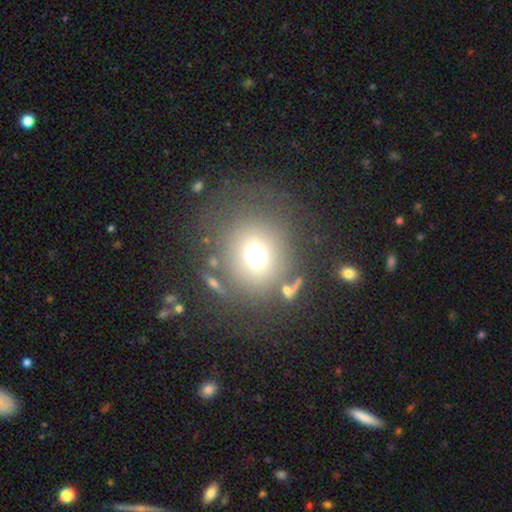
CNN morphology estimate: This is likely a smooth galaxy (66%). How rounded: clearly round (83%). Merging: likely none (68%).